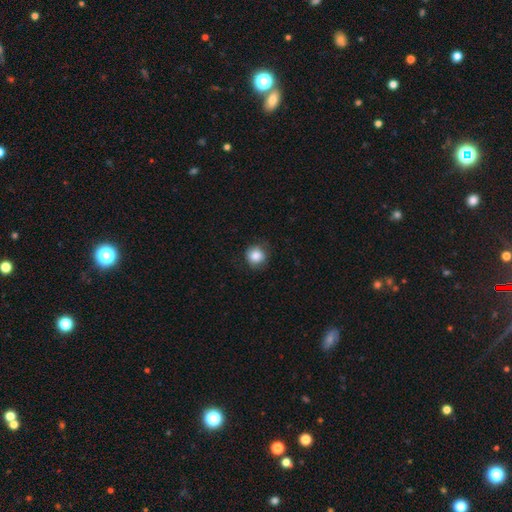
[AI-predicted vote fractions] smooth 85%, star or artifact 9%, featured or disk 6%. Down the decision tree: how rounded — round (88%); merging — none (80%).